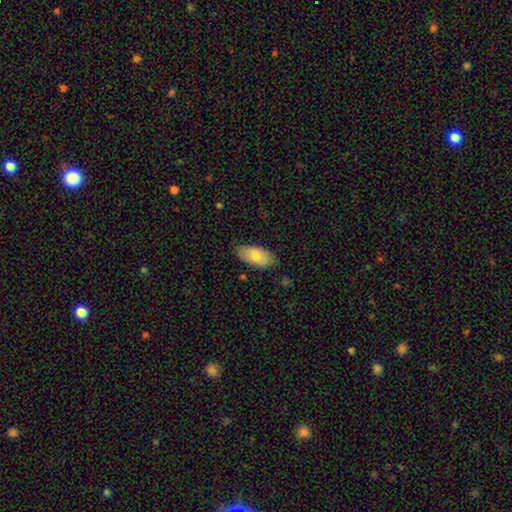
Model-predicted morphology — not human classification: smooth 76%, featured or disk 18%, star or artifact 6%. Down the decision tree: how rounded — in between (94%); merging — none (80%).